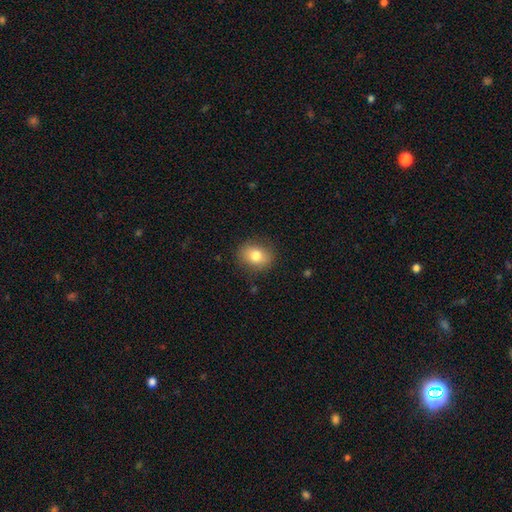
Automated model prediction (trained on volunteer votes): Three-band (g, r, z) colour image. It shows a smooth galaxy with no disk features (79%) that is round (51%). Merging: none (85%).